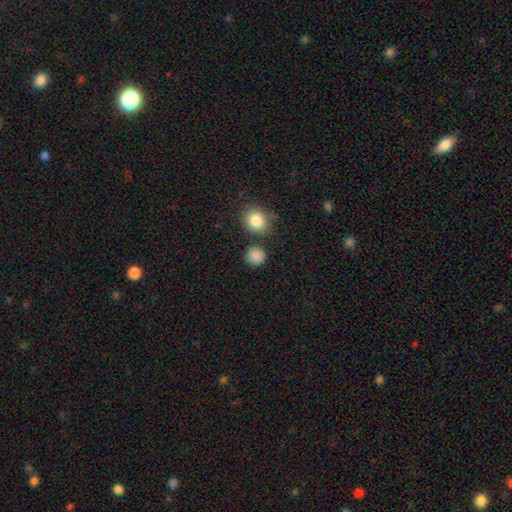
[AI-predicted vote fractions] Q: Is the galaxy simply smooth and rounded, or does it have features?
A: smooth — 87%.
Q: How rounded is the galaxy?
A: round — 91%.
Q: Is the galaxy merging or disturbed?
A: none — 82%.